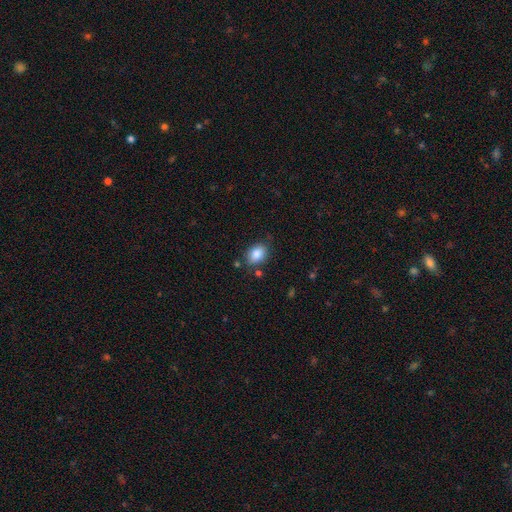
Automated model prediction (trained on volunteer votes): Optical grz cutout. It shows a smooth galaxy with no disk features (86%) that is in between round and cigar-shaped (75%). Merging: none (79%).